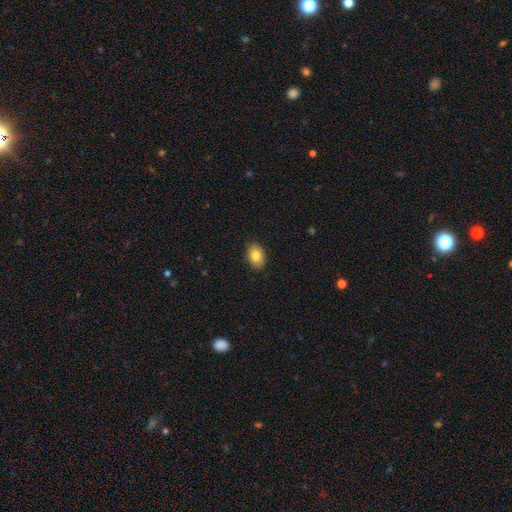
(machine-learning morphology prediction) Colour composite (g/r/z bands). It shows a smooth galaxy with no disk features (83%) that is in between round and cigar-shaped (82%). Merging: none (89%).